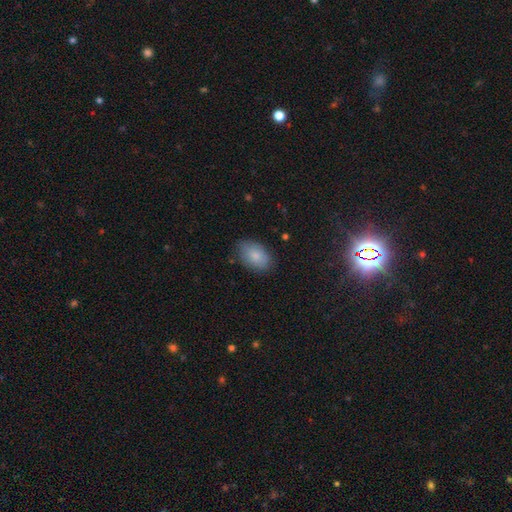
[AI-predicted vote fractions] This is clearly a smooth galaxy (84%). How rounded: clearly in between (90%). Merging: clearly none (80%).